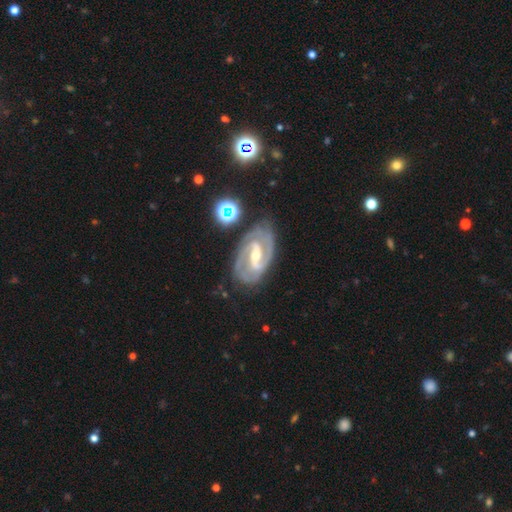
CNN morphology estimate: Overall: featured or disk (90%). Edge-on disk: no (97%). Bar: strong (49%; weak 40%). Spiral arms: yes (98%). Spiral arm count: 2 (86%). Spiral winding: medium (46%, tied with tight). Bulge size: moderate (57%; small 38%). Merging: none (77%).